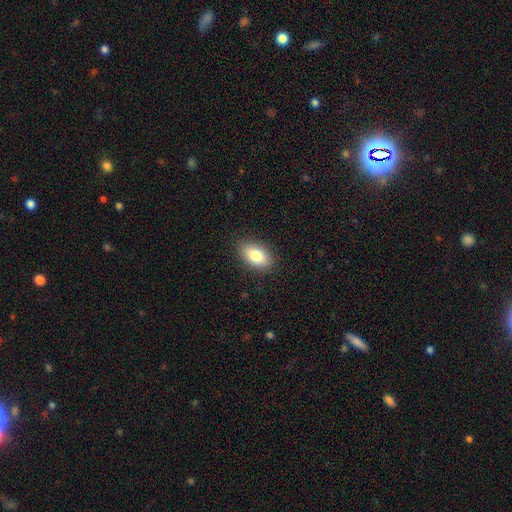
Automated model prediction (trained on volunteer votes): Q: Smooth or featured?
A: smooth (81%); runner-up: featured or disk (11%)
Q: How rounded?
A: in between (90%); runner-up: round (8%)
Q: Merging?
A: none (87%); runner-up: minor disturbance (10%)